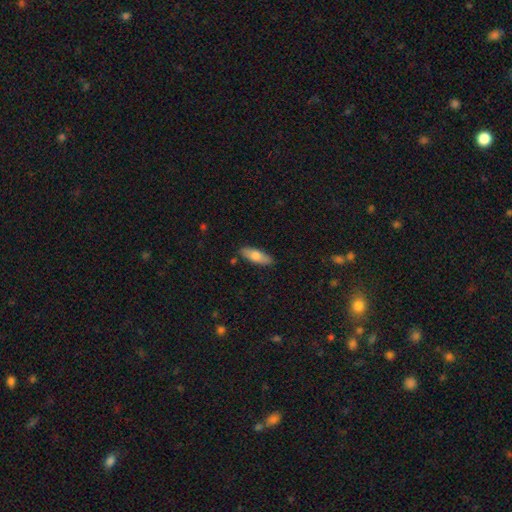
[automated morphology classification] Q: Smooth or featured?
A: smooth (71%); runner-up: featured or disk (24%)
Q: How rounded?
A: in between (62%); runner-up: cigar-shaped (36%)
Q: Merging?
A: none (85%); runner-up: minor disturbance (11%)